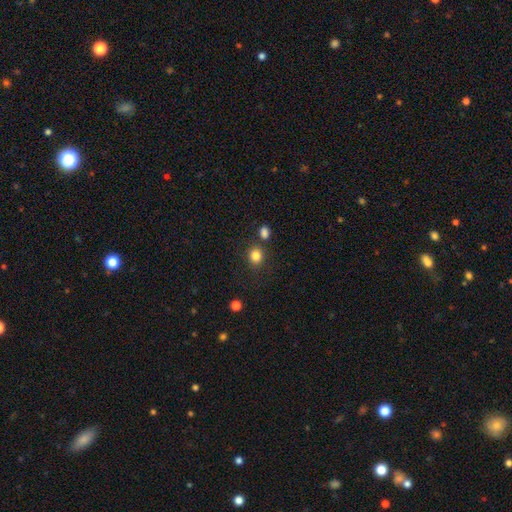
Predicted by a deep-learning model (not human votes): A smooth galaxy with no disk features (83%) that is round (82%).

Vote fractions:
- Smooth or featured? smooth: 83% / star or artifact: 12% / featured or disk: 5%
- How rounded? round: 82% / in between: 17% / cigar-shaped: 1%
- Merging? none: 79% / minor disturbance: 9% / merger: 9% / major disturbance: 3%